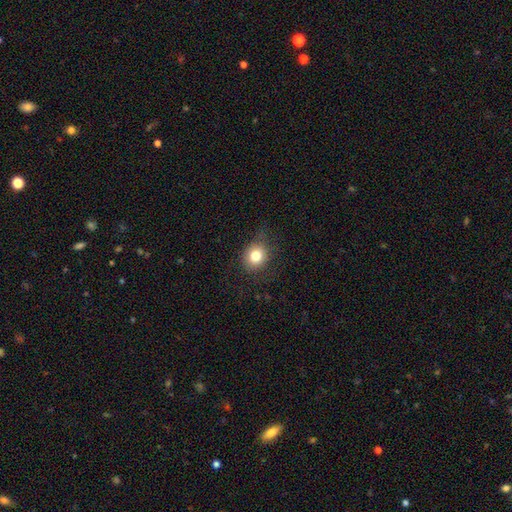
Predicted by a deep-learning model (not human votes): A smooth galaxy with no disk features (80%) that is round (76%).

Vote fractions:
- Smooth or featured? smooth: 80% / star or artifact: 11% / featured or disk: 9%
- How rounded? round: 76% / in between: 23% / cigar-shaped: 1%
- Merging? none: 74% / minor disturbance: 19% / major disturbance: 6% / merger: 1%